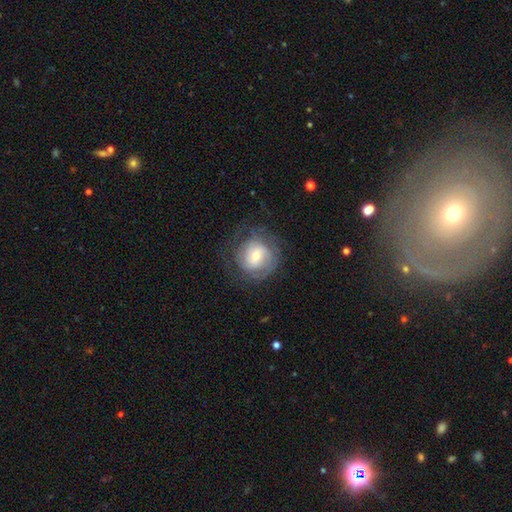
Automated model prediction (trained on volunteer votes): Smooth or featured: featured or disk — 65% (smooth — 28%)
Edge-on disk: no — 97% (yes — 3%)
Bar: no — 50% (weak — 40%)
Spiral arms: yes — 83% (no — 17%)
Spiral winding: tight — 63% (medium — 27%)
Spiral arm count: can't tell — 45% (2 — 30%)
Bulge size: moderate — 52% (small — 40%)
Merging: none — 71% (minor disturbance — 16%)